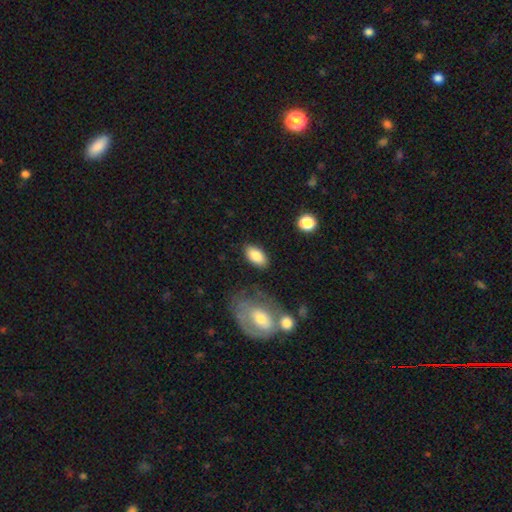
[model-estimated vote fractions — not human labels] Q: Smooth or featured?
A: smooth (85%); runner-up: featured or disk (8%)
Q: How rounded?
A: in between (93%); runner-up: round (4%)
Q: Merging?
A: none (83%); runner-up: minor disturbance (11%)